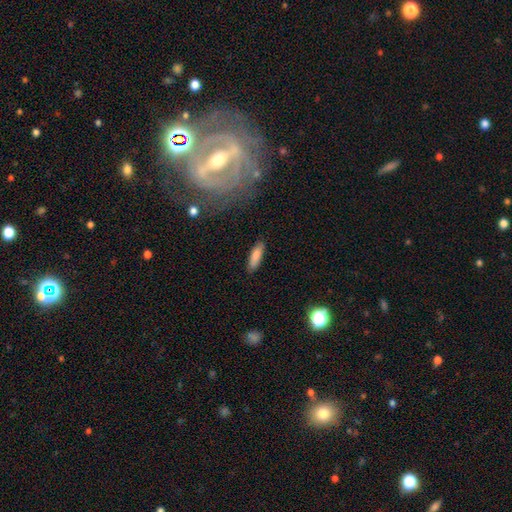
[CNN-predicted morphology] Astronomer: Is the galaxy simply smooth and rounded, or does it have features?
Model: smooth — 84%.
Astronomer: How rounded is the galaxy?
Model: cigar-shaped — 52% (runner-up: in between, 47%).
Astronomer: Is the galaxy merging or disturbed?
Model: none — 86%.